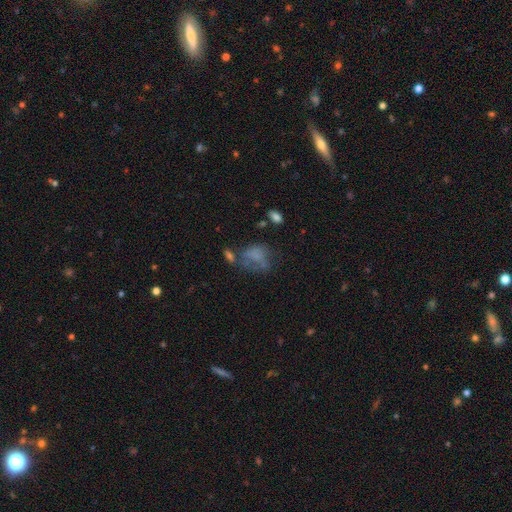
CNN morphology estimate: Smooth or featured? smooth (57%)
How rounded? in between (64%)
Merging? none (31%)